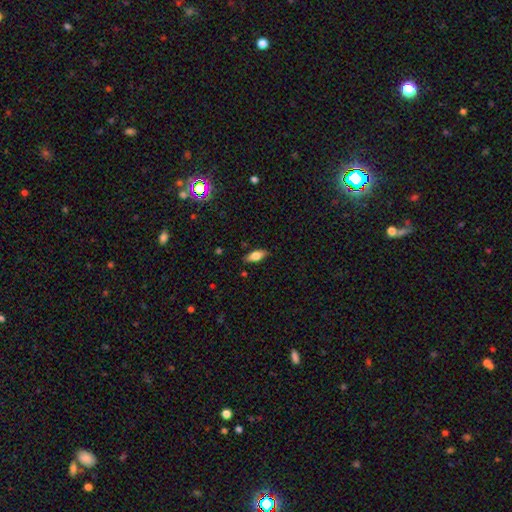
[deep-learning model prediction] Overall: smooth (72%). How rounded: in between (80%). Merging: none (85%).